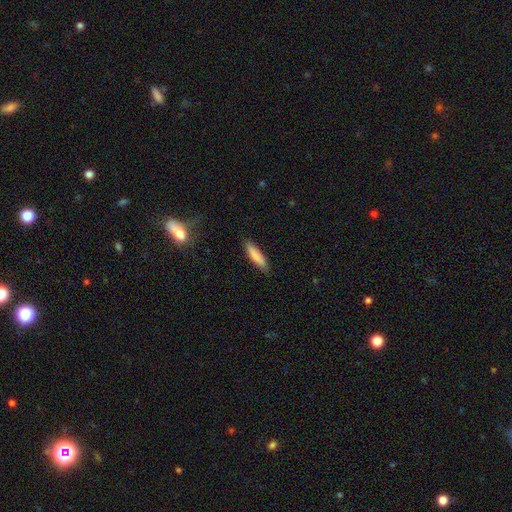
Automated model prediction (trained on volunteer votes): The model was most divided on "how rounded": cigar-shaped: 76%, in between: 23%, round: 1%. More confident: merging — none (86%); smooth or featured — smooth (84%).